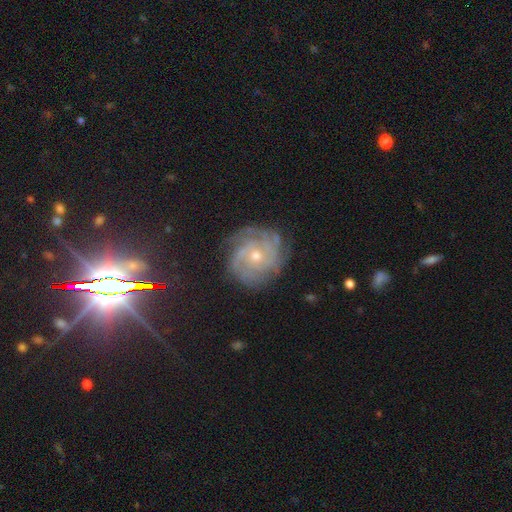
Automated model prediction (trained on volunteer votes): The model was most divided on "bulge size": small: 51%, moderate: 46%, large: 1%, none: 1%, dominant: 1%. Remaining: edge-on disk — no (98%); spiral arms — yes (94%); smooth or featured — featured or disk (81%); bar — no (79%); merging — none (77%); spiral winding — tight (70%); spiral arm count — can't tell (34%).